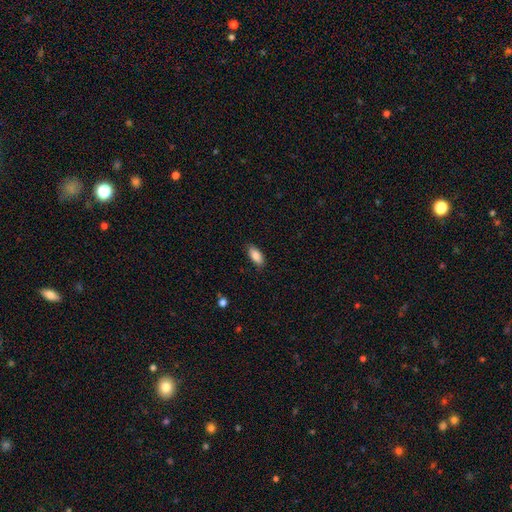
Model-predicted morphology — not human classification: smooth 85%, featured or disk 8%, star or artifact 7%. Down the decision tree: how rounded — in between (88%); merging — none (85%).